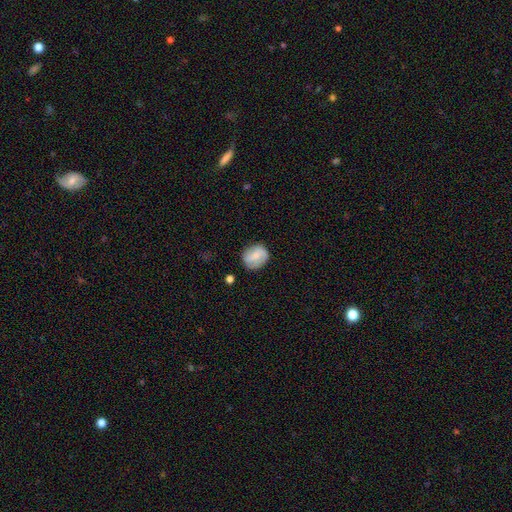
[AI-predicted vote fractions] Smooth or featured? Predicted: smooth (p=0.60). How rounded? Predicted: round (p=0.61). Merging? Predicted: none (p=0.74).